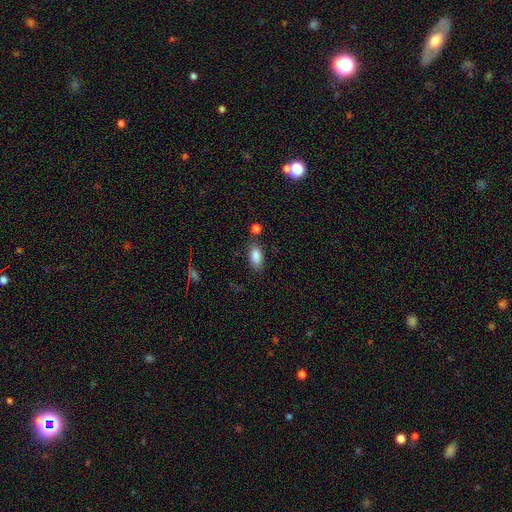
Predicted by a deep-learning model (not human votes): Q: Smooth or featured?
A: smooth (86%); runner-up: star or artifact (8%)
Q: How rounded?
A: in between (90%); runner-up: cigar-shaped (5%)
Q: Merging?
A: none (73%); runner-up: minor disturbance (15%)